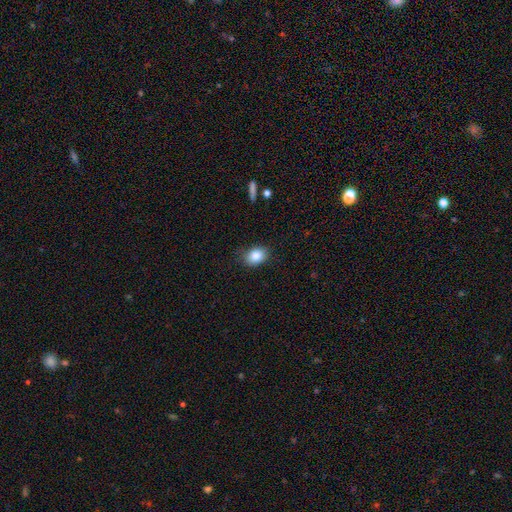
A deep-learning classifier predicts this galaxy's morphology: smooth 85%, star or artifact 9%, featured or disk 6%. Down the decision tree: how rounded — in between (66%); merging — none (81%).